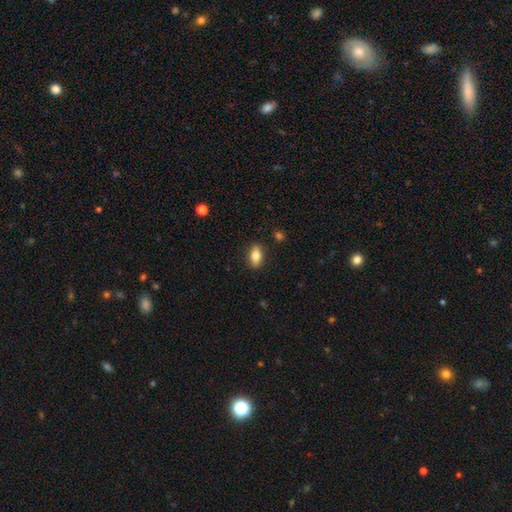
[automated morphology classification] Smooth or featured? smooth (80%)
How rounded? in between (85%)
Merging? none (87%)